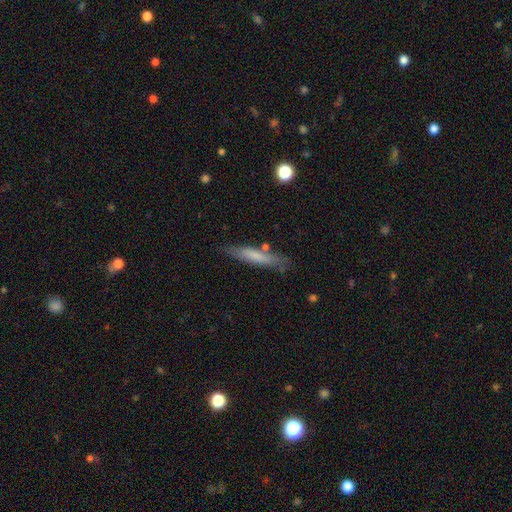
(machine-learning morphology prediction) type=smooth (67%); roundness=cigar-shaped (88%); merging=none (77%).